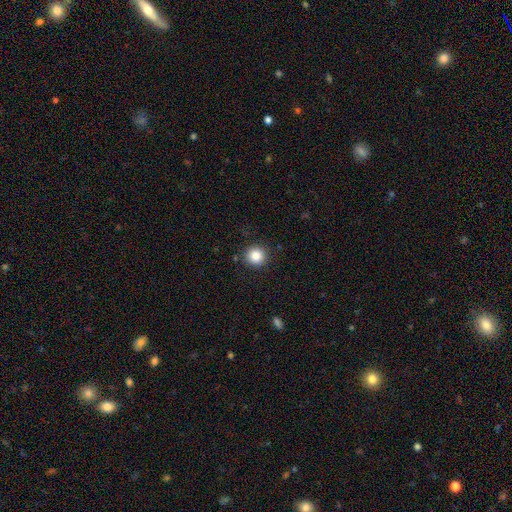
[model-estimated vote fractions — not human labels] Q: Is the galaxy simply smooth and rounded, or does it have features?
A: smooth — 85%.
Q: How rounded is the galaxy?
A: round — 93%.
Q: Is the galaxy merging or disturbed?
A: none — 90%.